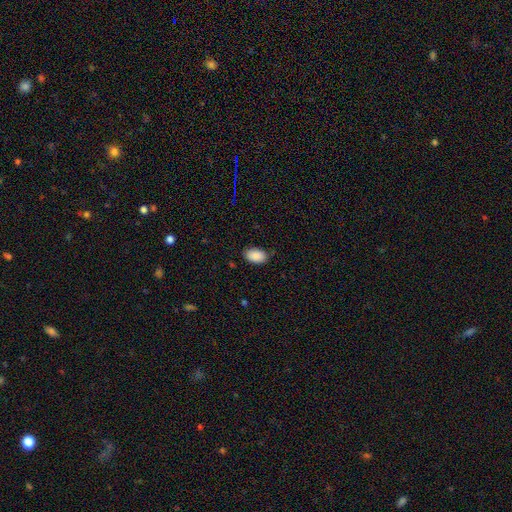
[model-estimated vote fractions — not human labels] This appears to be a smooth galaxy with no disk features (90%) that is in between round and cigar-shaped (93%). Merging: none (85%).